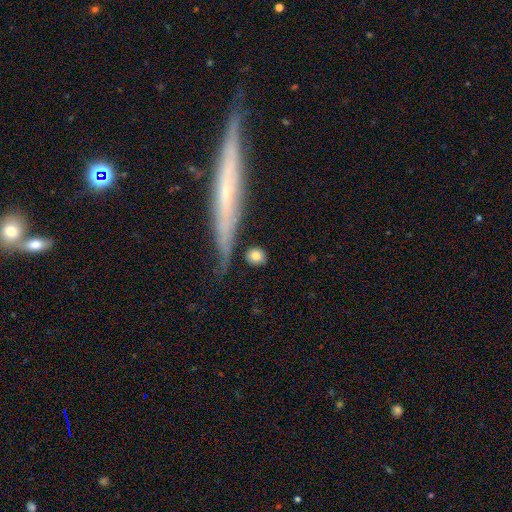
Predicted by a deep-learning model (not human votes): Smooth or featured? smooth (80%)
How rounded? round (75%)
Merging? none (82%)